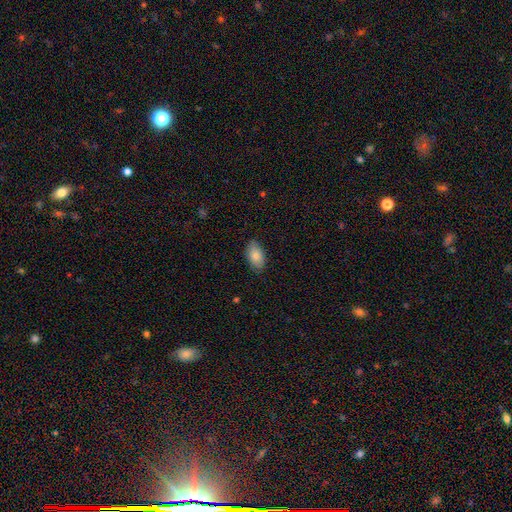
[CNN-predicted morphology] A smooth galaxy with no disk features (82%) that is in between round and cigar-shaped (94%).

Vote fractions:
- Smooth or featured? smooth: 82% / featured or disk: 11% / star or artifact: 7%
- How rounded? in between: 94% / round: 5% / cigar-shaped: 2%
- Merging? none: 82% / minor disturbance: 15% / major disturbance: 3% / merger: 1%